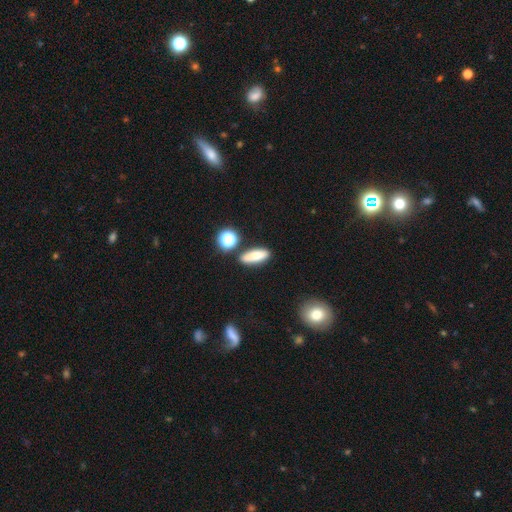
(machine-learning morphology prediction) smooth_or_featured: smooth (p=0.77) [alt: featured or disk p=0.12]
how_rounded: in between (p=0.61) [alt: cigar-shaped p=0.32]
merging: none (p=0.78) [alt: minor disturbance p=0.12]